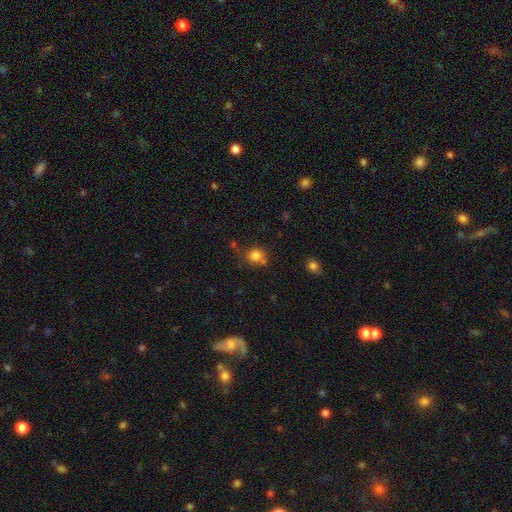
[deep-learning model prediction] This is clearly a smooth galaxy (81%). How rounded: likely round (78%). Merging: likely none (62%).